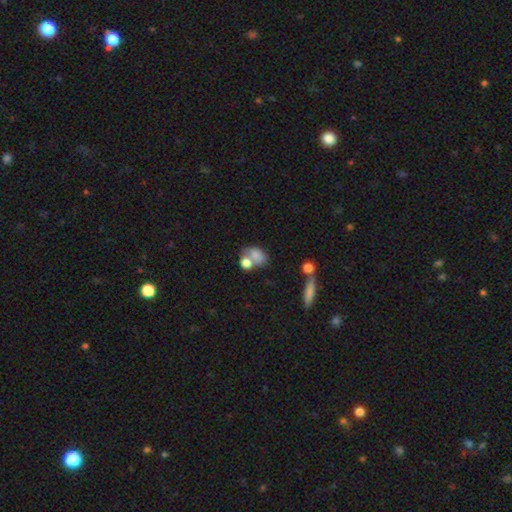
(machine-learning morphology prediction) The model was most divided on "merging": merger: 46%, none: 32%, minor disturbance: 13%, major disturbance: 9%. More confident: smooth or featured — smooth (73%); how rounded — in between (67%).